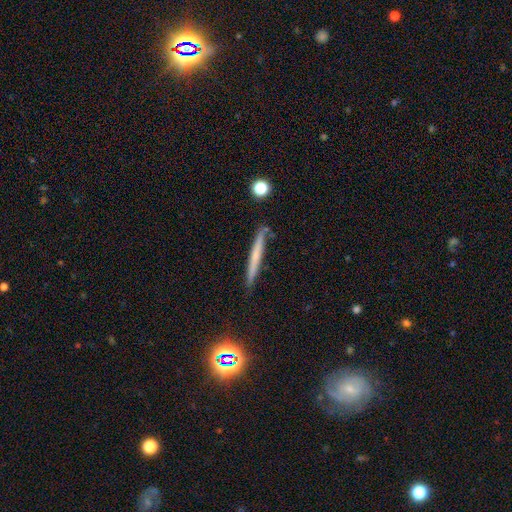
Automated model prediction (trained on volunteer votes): This appears to be a smooth galaxy with no disk features (52%) that is cigar-shaped (96%). Merging: none (82%).